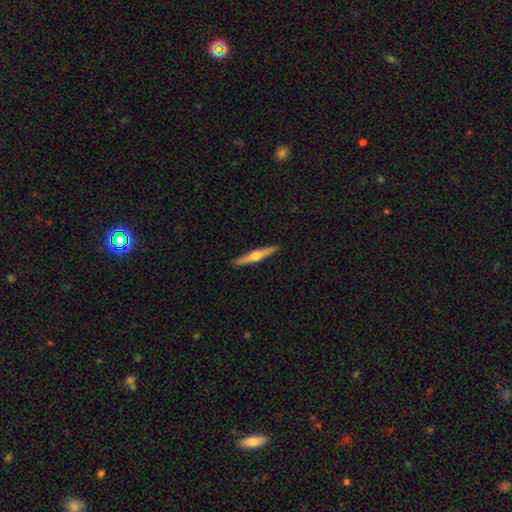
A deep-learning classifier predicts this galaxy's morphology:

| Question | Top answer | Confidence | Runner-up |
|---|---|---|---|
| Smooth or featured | featured or disk | 71% | smooth (24%) |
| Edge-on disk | yes | 98% | no (2%) |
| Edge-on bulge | rounded | 94% | boxy (3%) |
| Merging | none | 92% | minor disturbance (6%) |